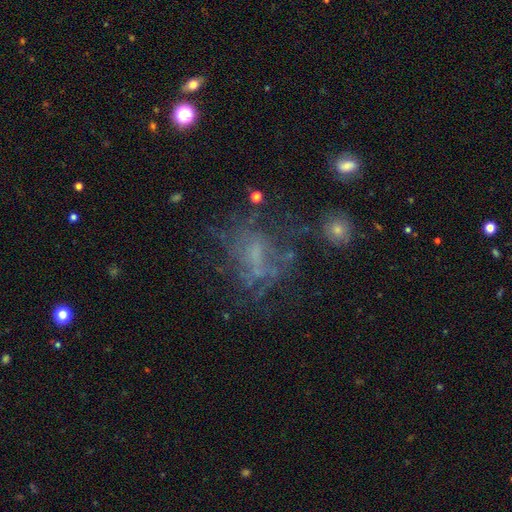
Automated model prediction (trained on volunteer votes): featured or disk 50%, star or artifact 25%, smooth 25%. Down the decision tree: merging — none (47%).